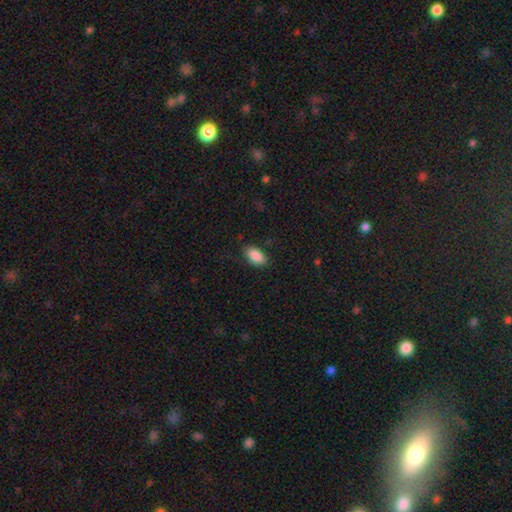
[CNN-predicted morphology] The model was most divided on "merging": none: 84%, minor disturbance: 12%, major disturbance: 3%, merger: 1%. More confident: how rounded — in between (93%); smooth or featured — smooth (89%).